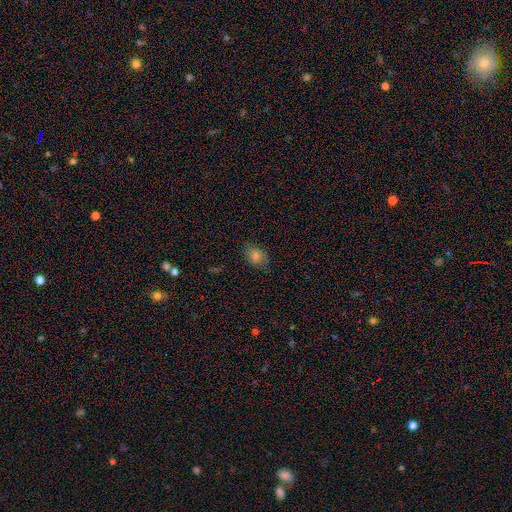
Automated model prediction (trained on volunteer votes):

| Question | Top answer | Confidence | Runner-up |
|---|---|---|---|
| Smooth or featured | smooth | 74% | star or artifact (13%) |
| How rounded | in between | 63% | round (36%) |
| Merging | none | 79% | minor disturbance (17%) |